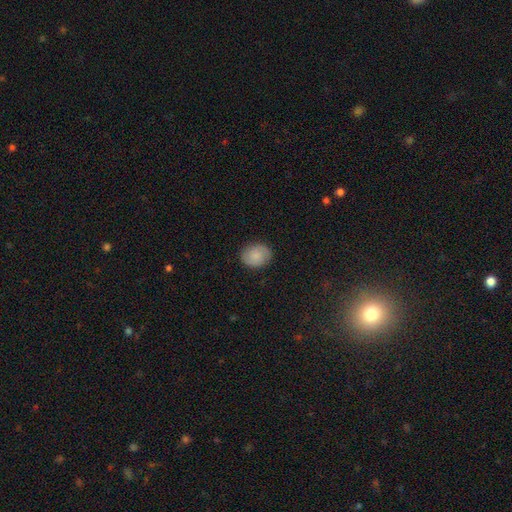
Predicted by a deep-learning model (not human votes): A smooth galaxy with no disk features (72%) that is round (53%). Merging: none (86%).